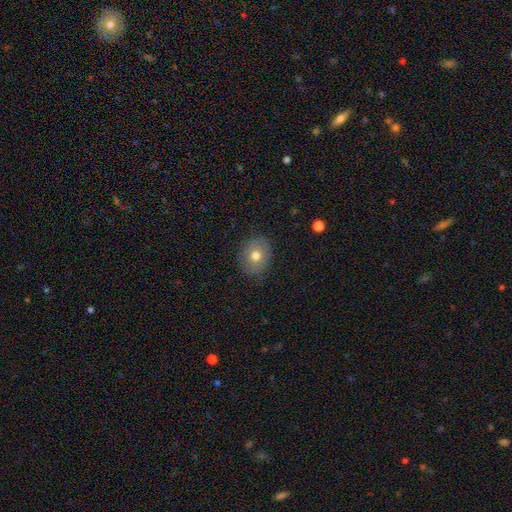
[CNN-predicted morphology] Overall: smooth (71%). How rounded: round (58%; in between 41%). Merging: none (84%).